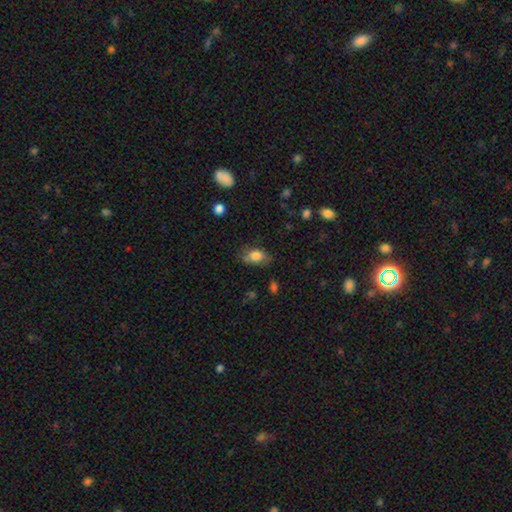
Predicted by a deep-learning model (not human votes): smooth 79%, featured or disk 12%, star or artifact 9%. Down the decision tree: how rounded — in between (84%); merging — none (59%).